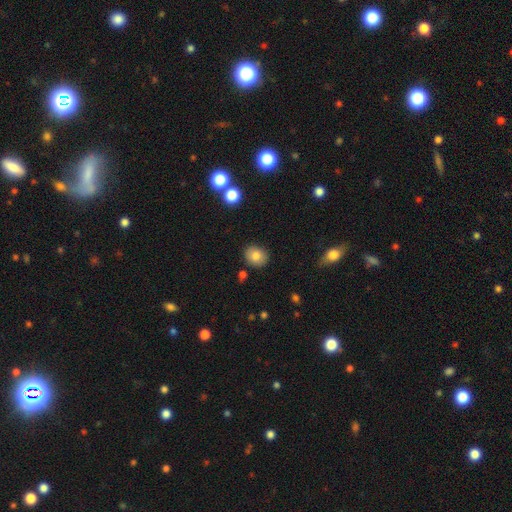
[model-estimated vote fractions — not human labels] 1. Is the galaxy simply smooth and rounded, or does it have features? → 81% smooth, 10% star or artifact, 9% featured or disk.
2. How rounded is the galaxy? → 58% round, 41% in between, 1% cigar-shaped.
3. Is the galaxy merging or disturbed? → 86% none, 9% minor disturbance, 3% merger, 2% major disturbance.